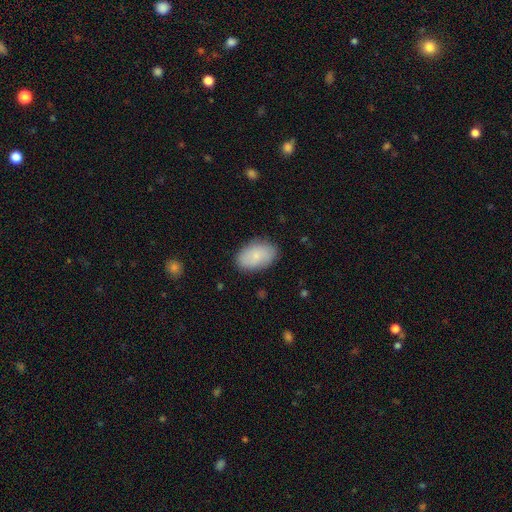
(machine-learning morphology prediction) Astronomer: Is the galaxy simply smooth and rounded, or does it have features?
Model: smooth — 79%.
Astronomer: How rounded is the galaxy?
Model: in between — 92%.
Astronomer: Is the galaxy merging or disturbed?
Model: none — 84%.